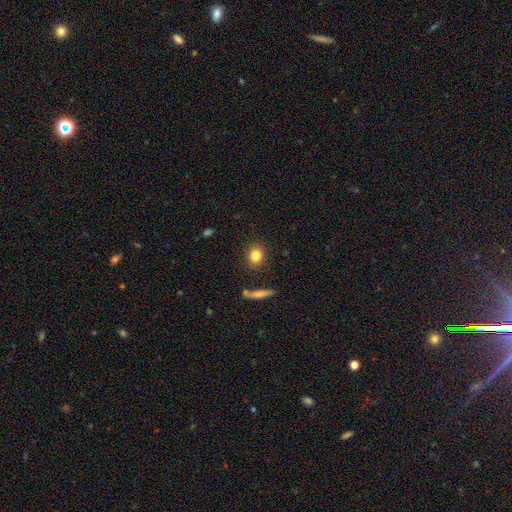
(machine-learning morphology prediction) Smooth or featured? smooth (82%)
How rounded? round (70%)
Merging? none (87%)